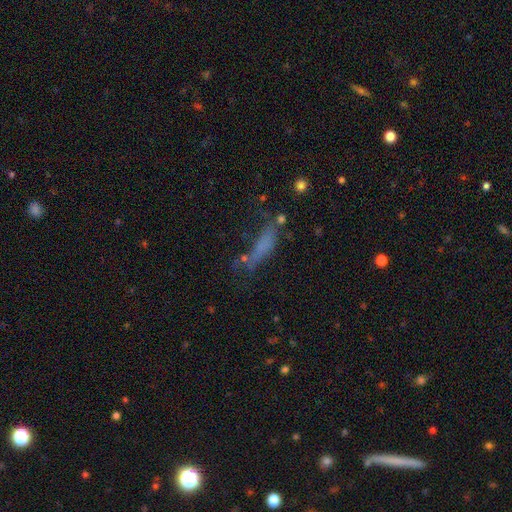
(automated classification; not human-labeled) Smooth or featured? Predicted: smooth (p=0.54). How rounded? Predicted: cigar-shaped (p=0.60). Merging? Predicted: none (p=0.40).